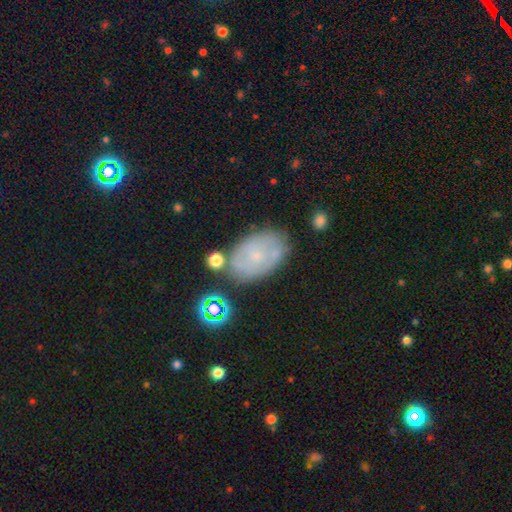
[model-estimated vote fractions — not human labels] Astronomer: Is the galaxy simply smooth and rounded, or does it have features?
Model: smooth — 44%, tied with featured or disk at 44%.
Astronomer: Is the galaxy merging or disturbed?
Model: none — 70%.